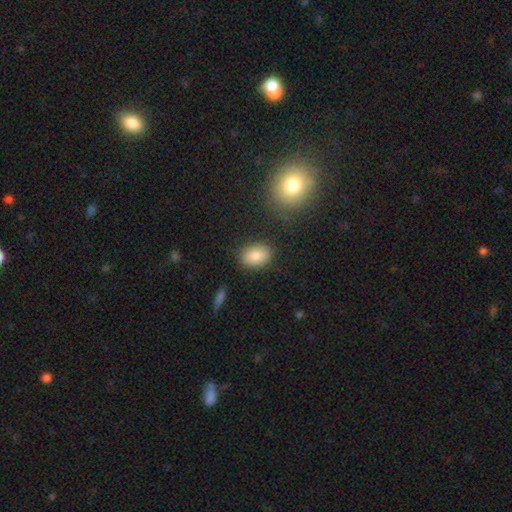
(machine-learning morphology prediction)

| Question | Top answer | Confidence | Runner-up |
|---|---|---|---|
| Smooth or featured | smooth | 85% | star or artifact (8%) |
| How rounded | in between | 76% | round (22%) |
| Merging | none | 83% | minor disturbance (11%) |